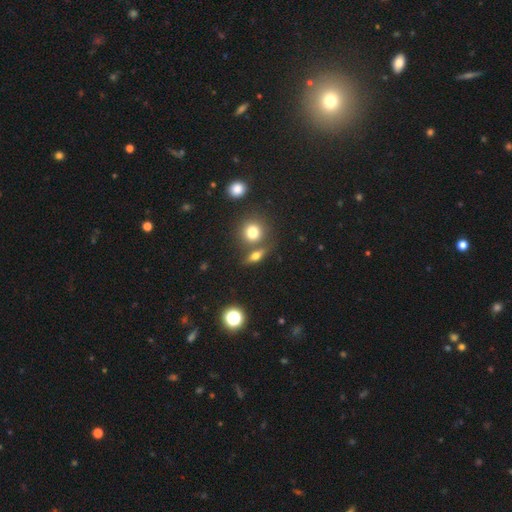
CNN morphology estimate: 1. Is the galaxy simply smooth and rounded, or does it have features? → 61% smooth, 24% featured or disk, 15% star or artifact.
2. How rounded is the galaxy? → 46% in between, 37% round, 17% cigar-shaped.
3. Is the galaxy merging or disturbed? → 67% none, 19% merger, 10% minor disturbance, 4% major disturbance.